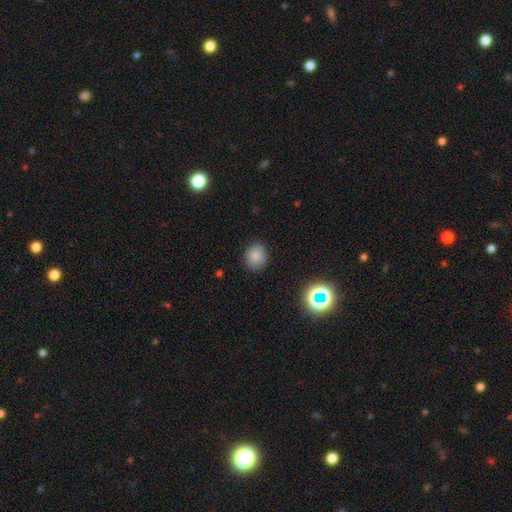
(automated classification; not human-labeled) Q: Smooth or featured?
A: smooth (82%); runner-up: star or artifact (12%)
Q: How rounded?
A: round (79%); runner-up: in between (20%)
Q: Merging?
A: none (87%); runner-up: minor disturbance (9%)